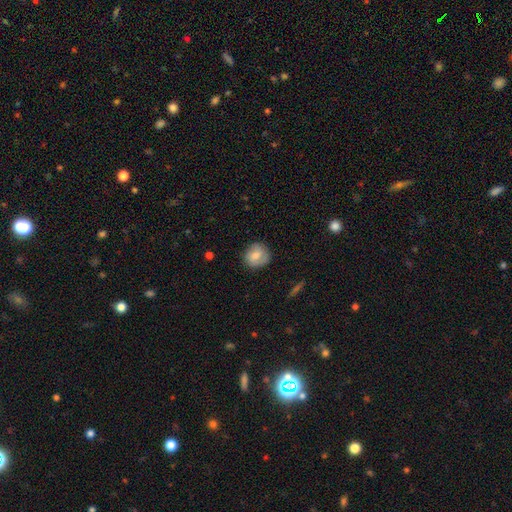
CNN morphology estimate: smooth 69%, featured or disk 24%, star or artifact 7%. Down the decision tree: how rounded — round (84%); merging — none (77%).